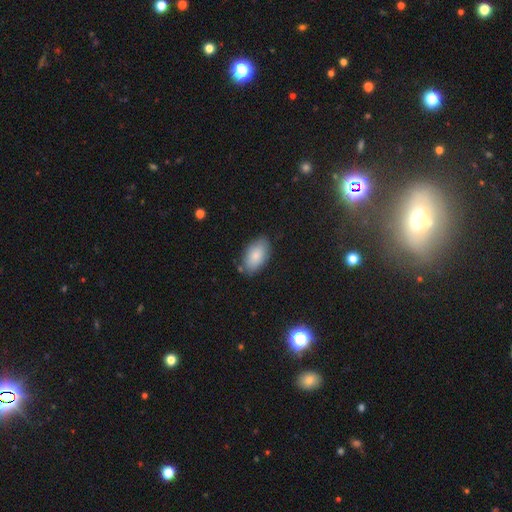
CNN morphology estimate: smooth 84%, featured or disk 10%, star or artifact 6%. Down the decision tree: how rounded — in between (94%); merging — none (78%).